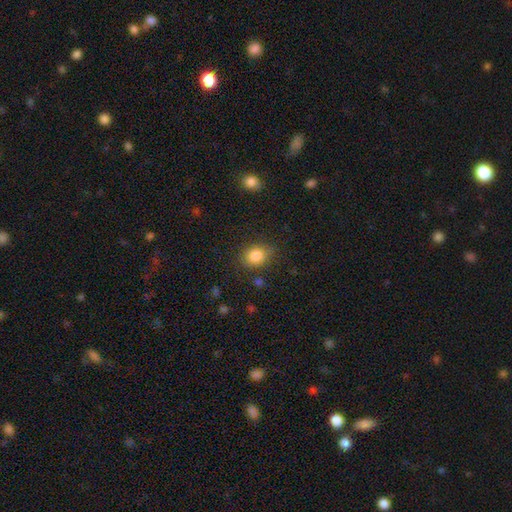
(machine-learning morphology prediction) A smooth galaxy with no disk features (85%) that is in between round and cigar-shaped (51%).

Vote fractions:
- Smooth or featured? smooth: 85% / star or artifact: 10% / featured or disk: 6%
- How rounded? in between: 51% / round: 48% / cigar-shaped: 1%
- Merging? none: 76% / minor disturbance: 17% / major disturbance: 5% / merger: 3%